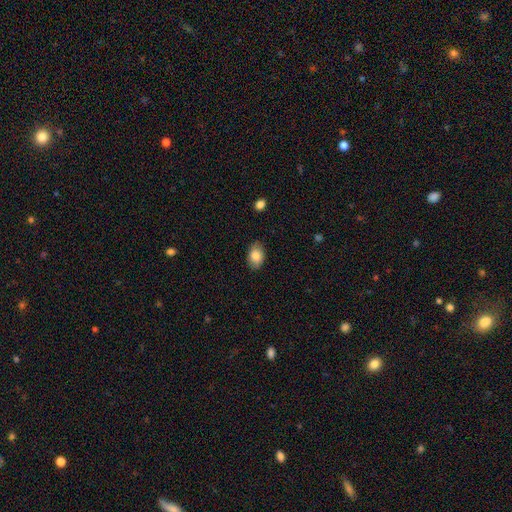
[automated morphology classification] Smooth or featured: smooth — 83% (featured or disk — 9%)
How rounded: in between — 83% (round — 16%)
Merging: none — 82% (minor disturbance — 14%)